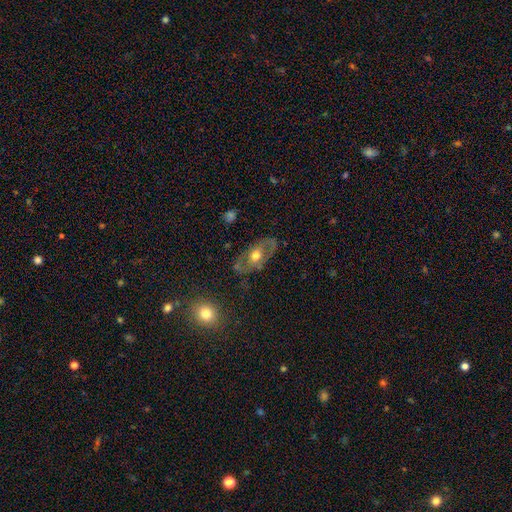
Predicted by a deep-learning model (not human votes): Smooth or featured? featured or disk (57%)
Edge-on disk? no (85%)
Merging? none (72%)